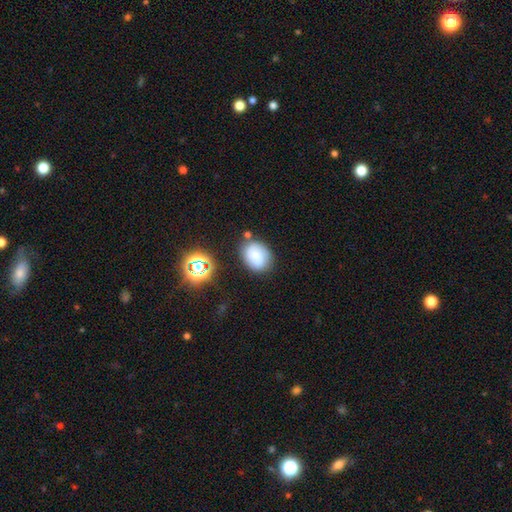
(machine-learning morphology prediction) Overall: smooth (69%). How rounded: in between (60%; round 39%). Merging: none (72%).